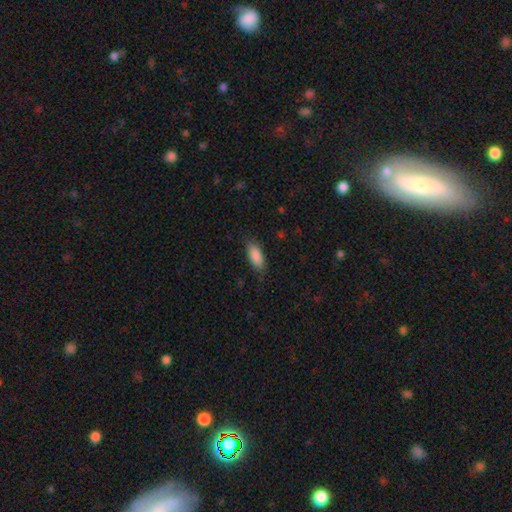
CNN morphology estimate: A smooth galaxy with no disk features (88%) that is in between round and cigar-shaped (83%). Merging: none (79%).